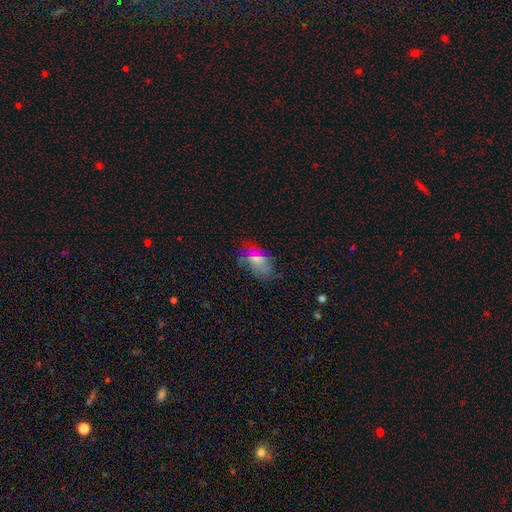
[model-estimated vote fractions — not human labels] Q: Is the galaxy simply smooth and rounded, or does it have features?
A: smooth — 55%.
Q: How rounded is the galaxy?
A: in between — 84%.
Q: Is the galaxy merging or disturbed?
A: none — 58%.